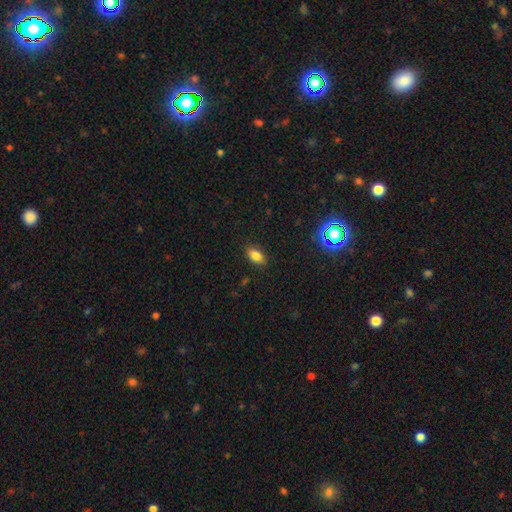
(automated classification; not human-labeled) A smooth galaxy with no disk features (82%) that is in between round and cigar-shaped (89%).

Vote fractions:
- Smooth or featured? smooth: 82% / star or artifact: 11% / featured or disk: 7%
- How rounded? in between: 89% / round: 8% / cigar-shaped: 4%
- Merging? none: 87% / minor disturbance: 10% / major disturbance: 2% / merger: 1%